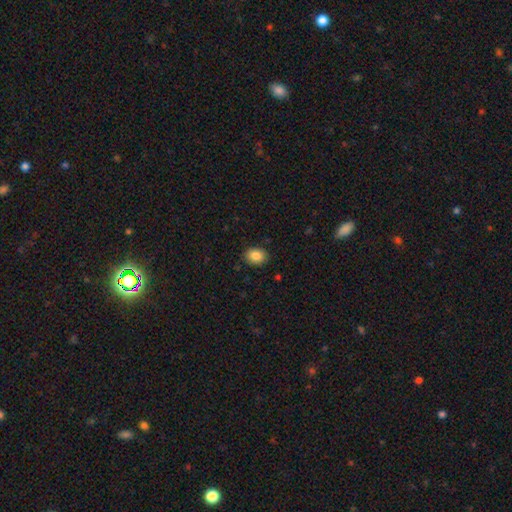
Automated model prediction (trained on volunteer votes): Morphology: type=smooth (86%); roundness=in between (61%); merging=none (89%).